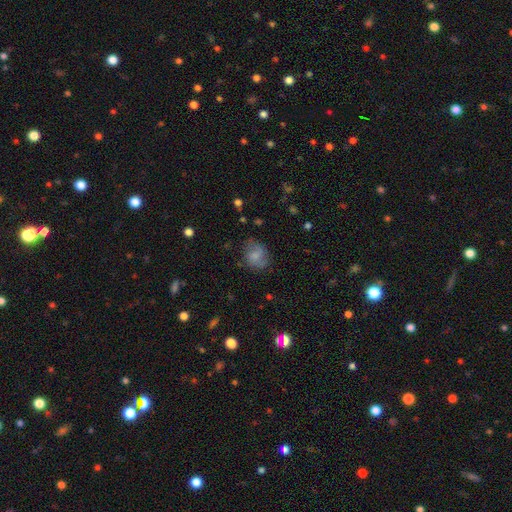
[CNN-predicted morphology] A smooth galaxy with no disk features (67%) that is round (56%).

Vote fractions:
- Smooth or featured? smooth: 67% / featured or disk: 24% / star or artifact: 9%
- How rounded? round: 56% / in between: 43% / cigar-shaped: 1%
- Merging? none: 62% / minor disturbance: 25% / major disturbance: 11% / merger: 2%